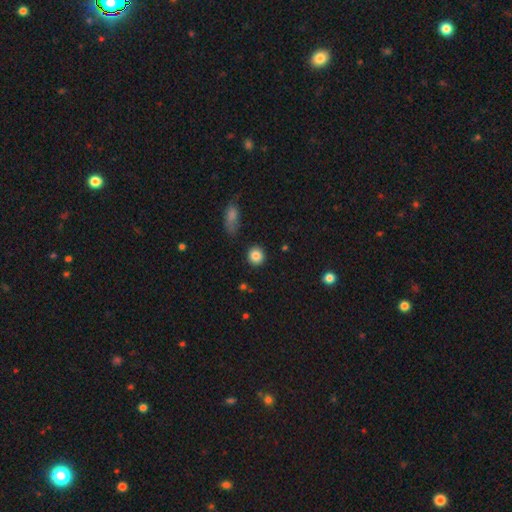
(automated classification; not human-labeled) Smooth or featured? Predicted: smooth (p=0.85). How rounded? Predicted: round (p=0.90). Merging? Predicted: none (p=0.87).